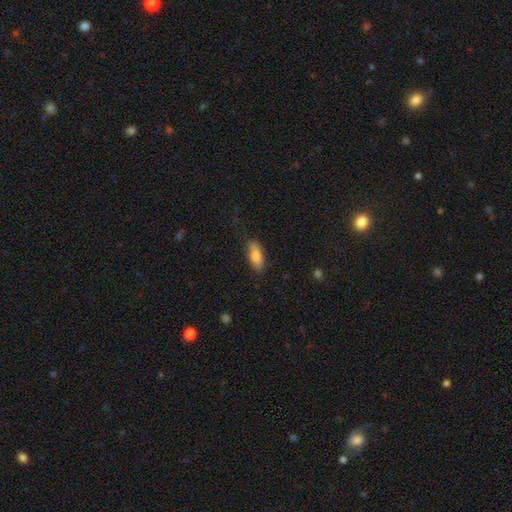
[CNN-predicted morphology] Overall: smooth (79%). How rounded: in between (71%). Merging: none (80%).